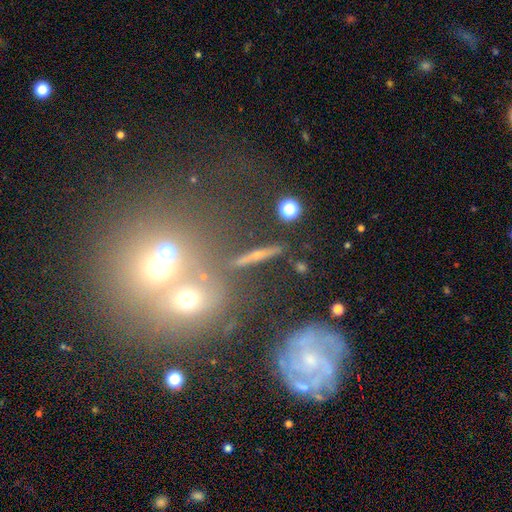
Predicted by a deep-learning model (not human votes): Q: Smooth or featured?
A: featured or disk (46%); runner-up: smooth (38%)
Q: Merging?
A: none (83%); runner-up: minor disturbance (9%)